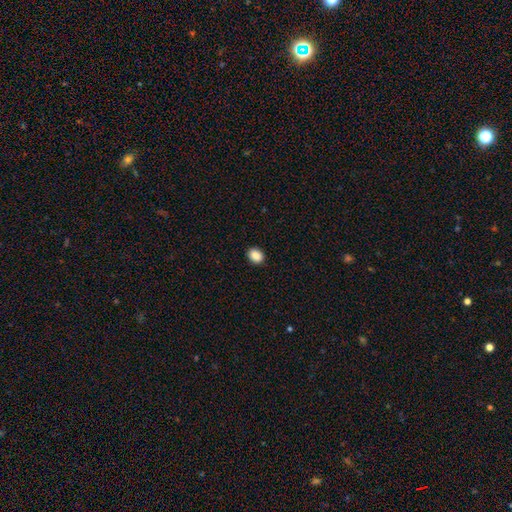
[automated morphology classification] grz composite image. It shows a smooth galaxy with no disk features (89%) that is in between round and cigar-shaped (55%). Merging: none (91%).